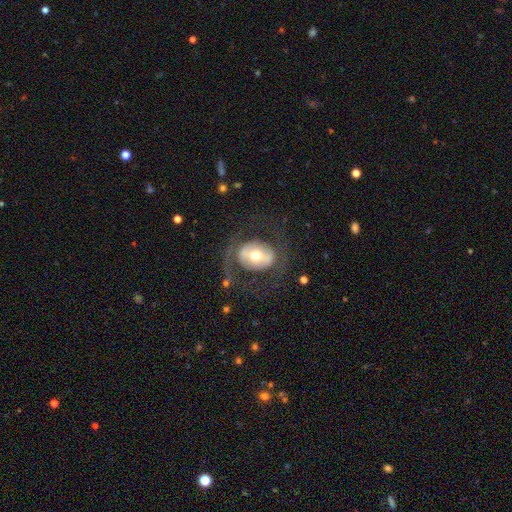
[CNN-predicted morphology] featured or disk 63%, smooth 30%, star or artifact 6%. Down the decision tree: edge-on disk — no (95%); bar — no (39%); spiral arms — no (52%); bulge size — moderate (68%); merging — none (63%).